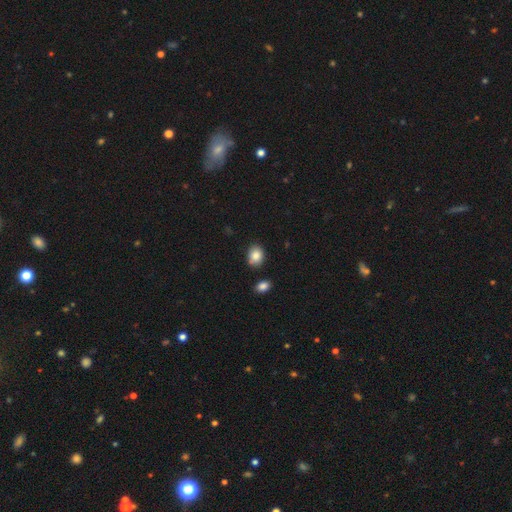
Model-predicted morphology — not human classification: smooth_or_featured: smooth (p=0.86) [alt: star or artifact p=0.08]
how_rounded: in between (p=0.60) [alt: round p=0.39]
merging: none (p=0.78) [alt: minor disturbance p=0.14]